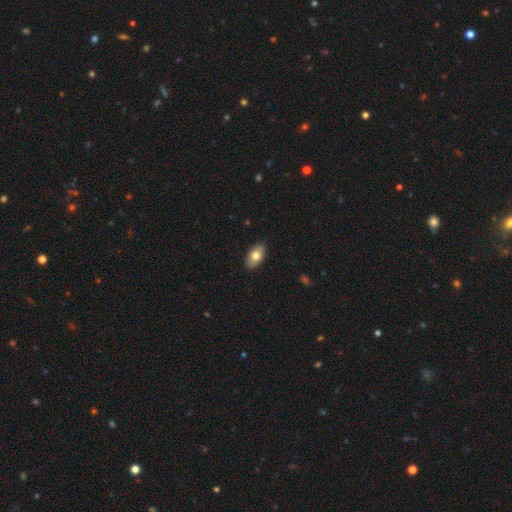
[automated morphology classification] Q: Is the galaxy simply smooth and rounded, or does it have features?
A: smooth — 78%.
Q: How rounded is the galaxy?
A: in between — 93%.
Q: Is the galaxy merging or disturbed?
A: none — 88%.